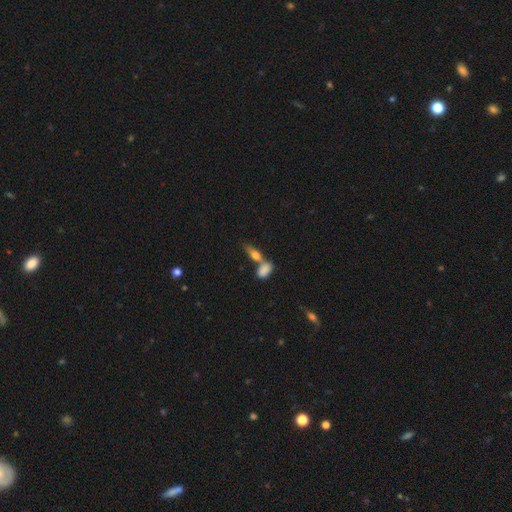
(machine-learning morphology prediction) Overall: smooth (69%). How rounded: in between (73%). Merging: merger (46%; none 39%).